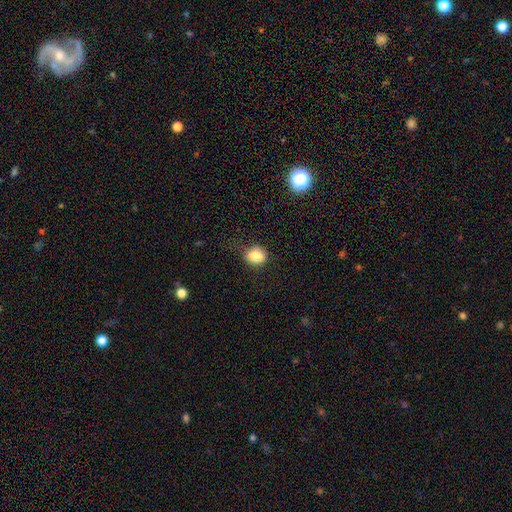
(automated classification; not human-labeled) The model was most divided on "how rounded": round: 53%, in between: 46%, cigar-shaped: 1%. More confident: smooth or featured — smooth (85%); merging — none (57%).